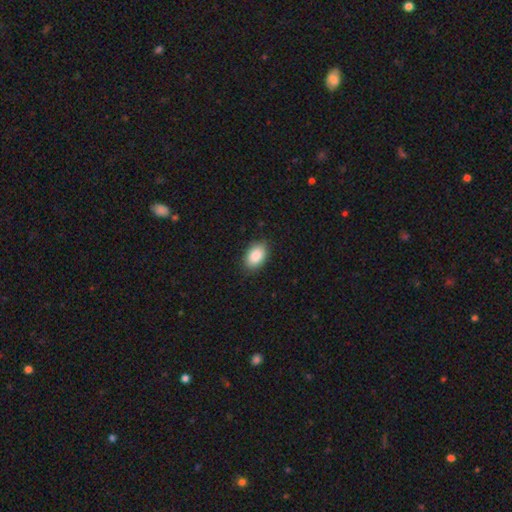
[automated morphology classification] smooth 89%, star or artifact 7%, featured or disk 4%. Down the decision tree: how rounded — in between (90%); merging — none (86%).